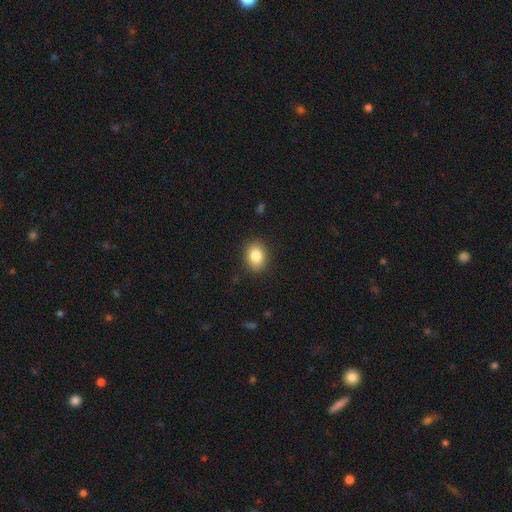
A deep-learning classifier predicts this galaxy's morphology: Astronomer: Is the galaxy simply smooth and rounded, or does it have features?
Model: smooth — 84%.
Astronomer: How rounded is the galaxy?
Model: in between — 58% (runner-up: round, 41%).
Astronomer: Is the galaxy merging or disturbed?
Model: none — 89%.